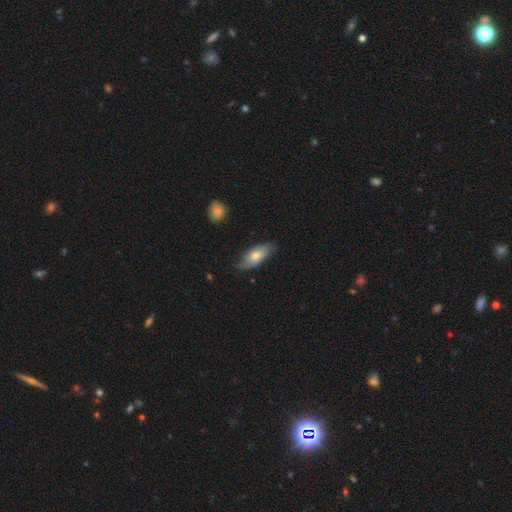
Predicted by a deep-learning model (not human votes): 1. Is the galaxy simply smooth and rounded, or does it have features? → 74% smooth, 20% featured or disk, 6% star or artifact.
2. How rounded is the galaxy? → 84% in between, 14% cigar-shaped, 2% round.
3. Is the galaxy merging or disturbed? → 76% none, 19% minor disturbance, 3% major disturbance, 1% merger.